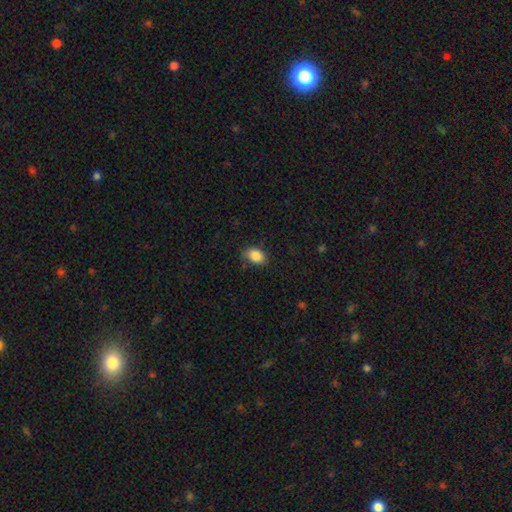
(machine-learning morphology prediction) A smooth galaxy with no disk features (86%) that is in between round and cigar-shaped (75%).

Vote fractions:
- Smooth or featured? smooth: 86% / star or artifact: 9% / featured or disk: 5%
- How rounded? in between: 75% / round: 24% / cigar-shaped: 1%
- Merging? none: 76% / minor disturbance: 19% / major disturbance: 4% / merger: 1%